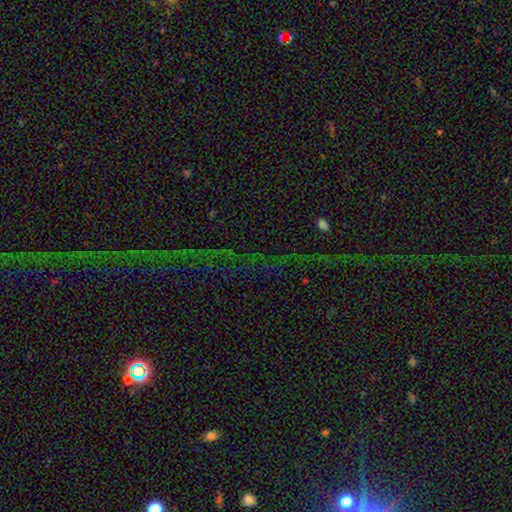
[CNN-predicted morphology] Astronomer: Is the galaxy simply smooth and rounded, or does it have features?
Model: star or artifact — 79%.